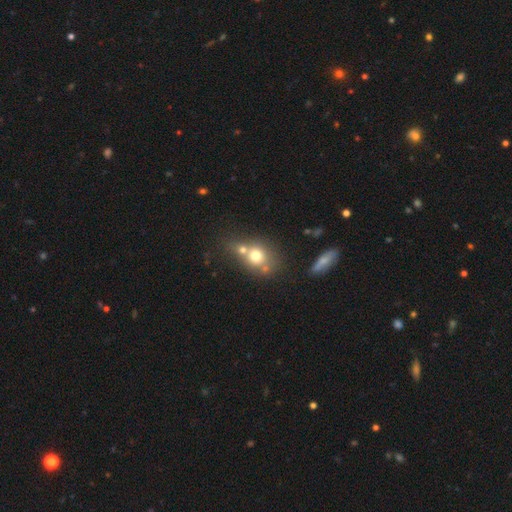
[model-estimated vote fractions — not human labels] smooth_or_featured: smooth (p=0.69) [alt: featured or disk p=0.19]
how_rounded: round (p=0.69) [alt: in between p=0.30]
merging: merger (p=0.47) [alt: none p=0.37]